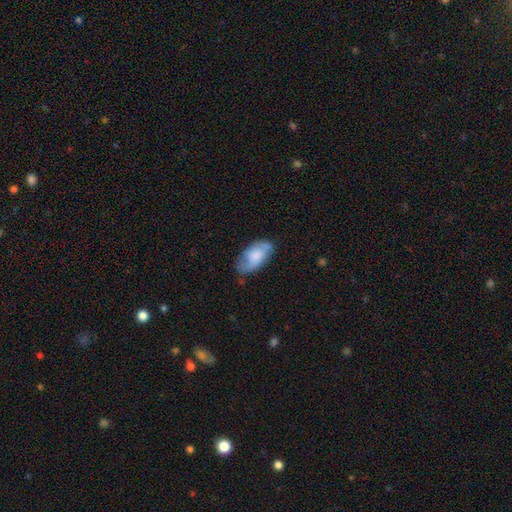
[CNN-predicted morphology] This appears to be a smooth galaxy with no disk features (63%) that is in between round and cigar-shaped (93%). Merging: none (59%).